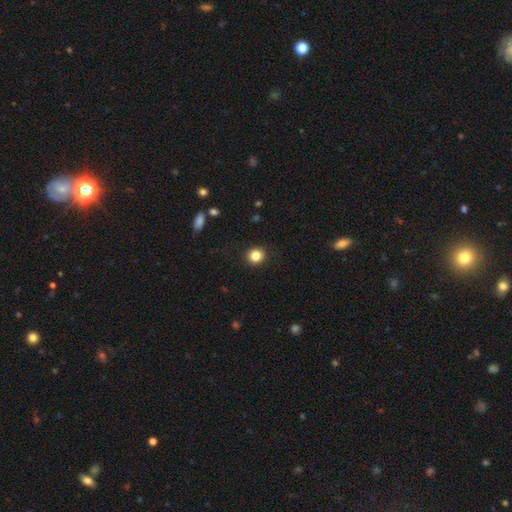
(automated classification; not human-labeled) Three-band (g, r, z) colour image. It shows a smooth galaxy with no disk features (84%) that is round (86%). Merging: none (91%).